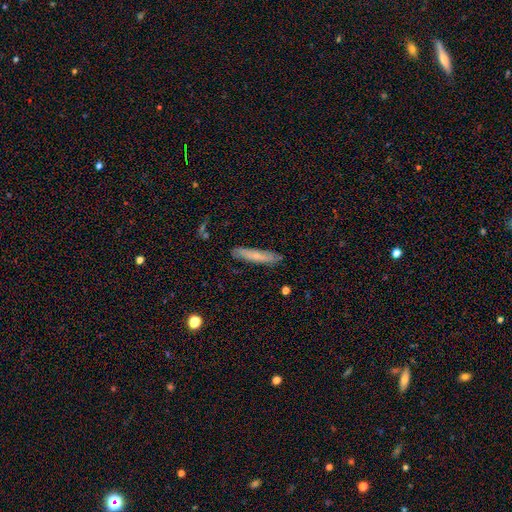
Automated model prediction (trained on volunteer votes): The model was most divided on "smooth or featured": smooth: 63%, featured or disk: 31%, star or artifact: 7%. More confident: how rounded — cigar-shaped (88%); merging — none (85%).